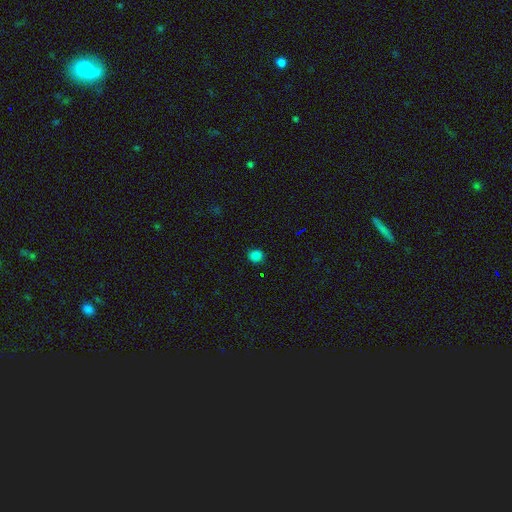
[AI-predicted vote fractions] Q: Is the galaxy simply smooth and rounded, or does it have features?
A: smooth — 81%.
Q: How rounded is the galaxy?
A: round — 81%.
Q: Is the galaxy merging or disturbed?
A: none — 87%.